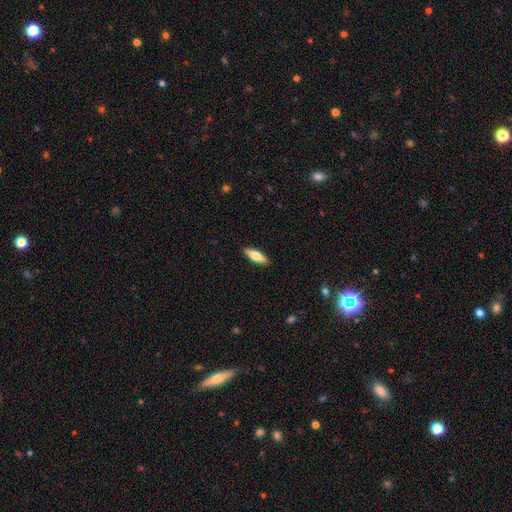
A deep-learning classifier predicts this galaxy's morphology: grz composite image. It shows a smooth galaxy with no disk features (70%) that is in between round and cigar-shaped (56%). Merging: none (89%).